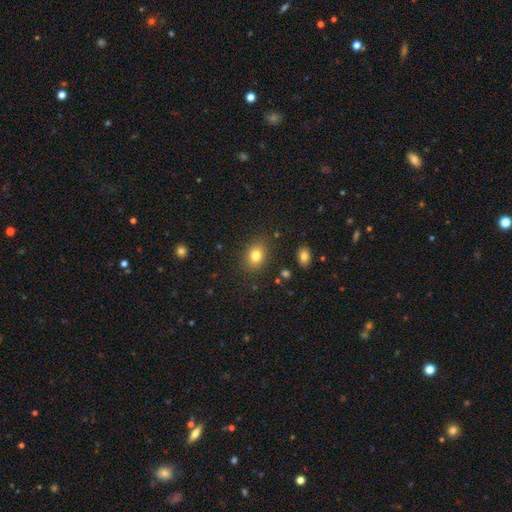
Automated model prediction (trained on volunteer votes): A smooth galaxy with no disk features (80%) that is in between round and cigar-shaped (58%). Merging: none (85%).